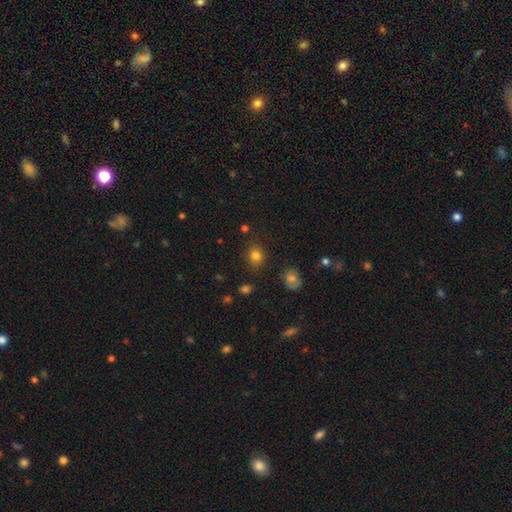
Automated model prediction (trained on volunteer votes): This is clearly a smooth galaxy (80%). How rounded: likely round (67%). Merging: clearly none (85%).